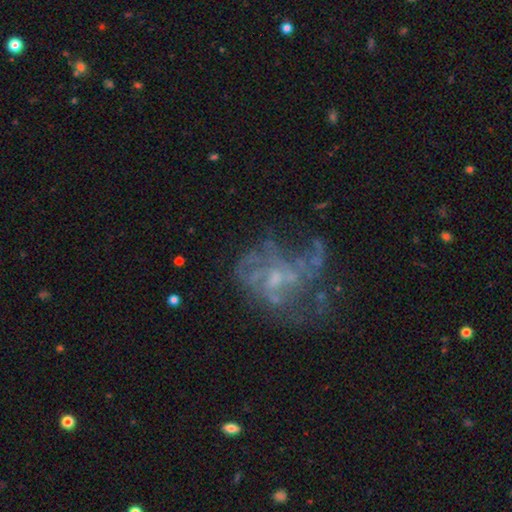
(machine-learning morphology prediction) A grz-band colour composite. It shows a featured or disk galaxy (65%) with no bar (76%), no spiral arms (55%) and a small central bulge (53%). Merging: none (44%).